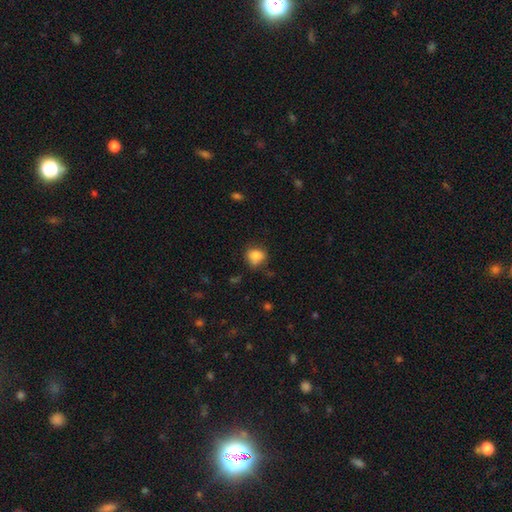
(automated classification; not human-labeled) A smooth galaxy with no disk features (83%) that is round (62%). Merging: none (63%).